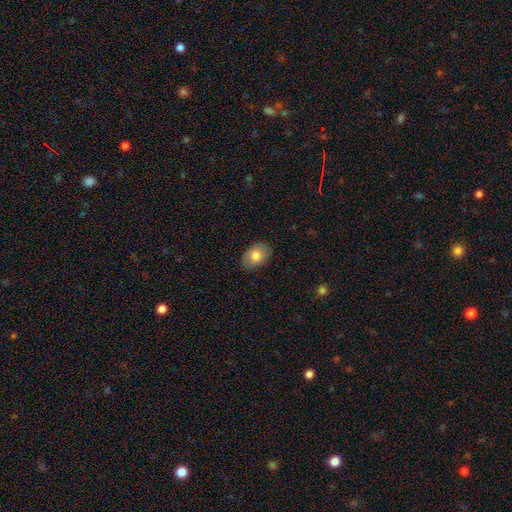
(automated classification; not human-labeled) Smooth or featured? smooth (77%)
How rounded? in between (86%)
Merging? none (83%)